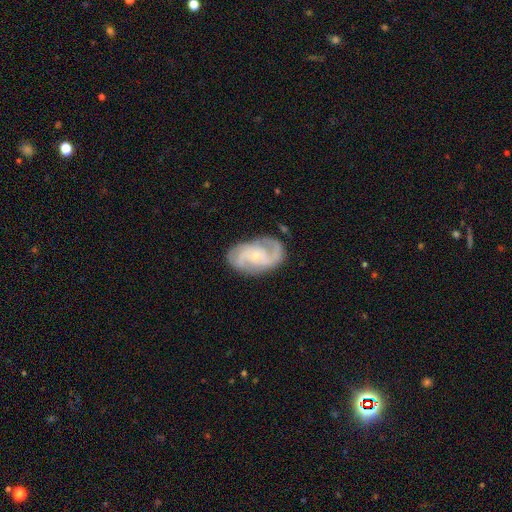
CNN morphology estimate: This appears to be a featured or disk galaxy (85%) with no bar (60%), 2 (68%) medium (50%) spiral arms (96%) and a small central bulge (76%). Merging: none (74%).